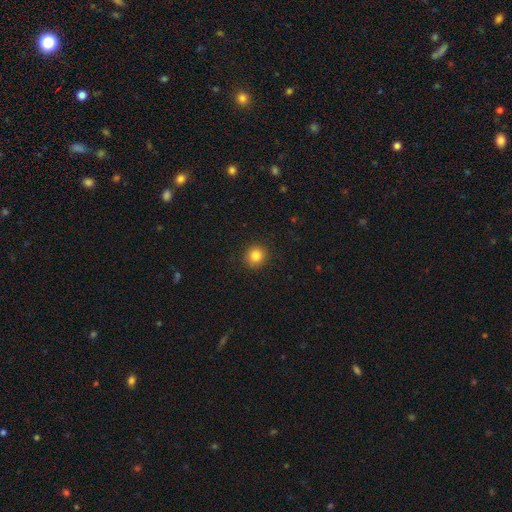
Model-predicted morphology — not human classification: A smooth galaxy with no disk features (84%) that is round (89%). Merging: none (91%).